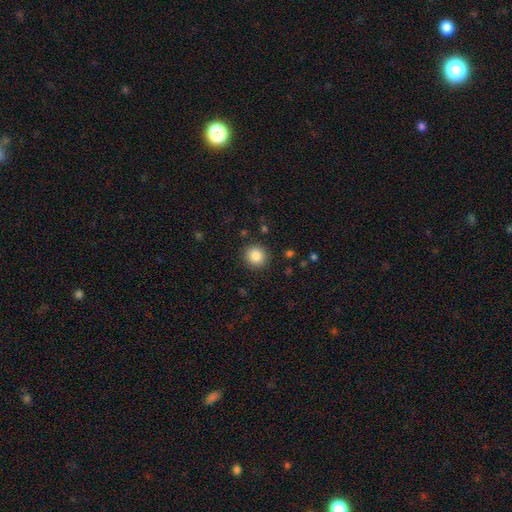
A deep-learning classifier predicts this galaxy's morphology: A smooth galaxy with no disk features (85%) that is round (90%).

Vote fractions:
- Smooth or featured? smooth: 85% / star or artifact: 10% / featured or disk: 5%
- How rounded? round: 90% / in between: 9% / cigar-shaped: 1%
- Merging? none: 90% / minor disturbance: 6% / major disturbance: 2% / merger: 1%